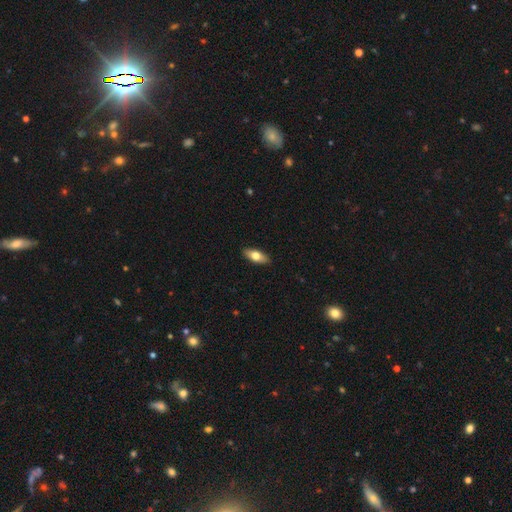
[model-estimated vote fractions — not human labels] smooth_or_featured: smooth (p=0.70) [alt: featured or disk p=0.24]
how_rounded: in between (p=0.79) [alt: cigar-shaped p=0.18]
merging: none (p=0.90) [alt: minor disturbance p=0.08]